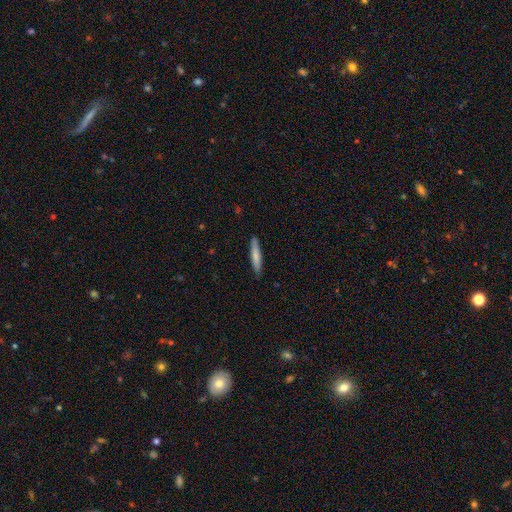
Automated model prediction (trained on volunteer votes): A smooth galaxy with no disk features (73%) that is cigar-shaped (92%). Merging: none (89%).